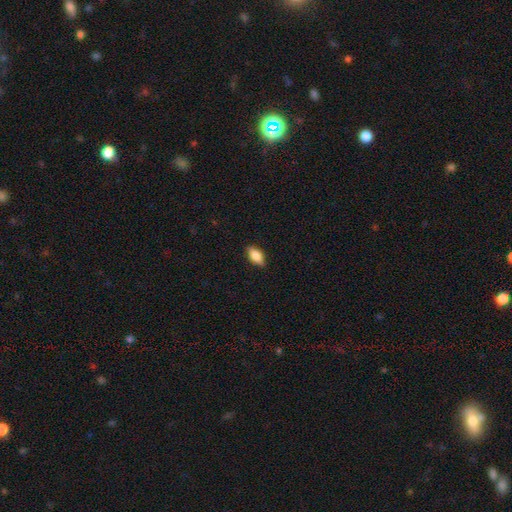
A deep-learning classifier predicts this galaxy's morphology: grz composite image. It shows a smooth galaxy with no disk features (82%) that is in between round and cigar-shaped (89%). Merging: none (86%).